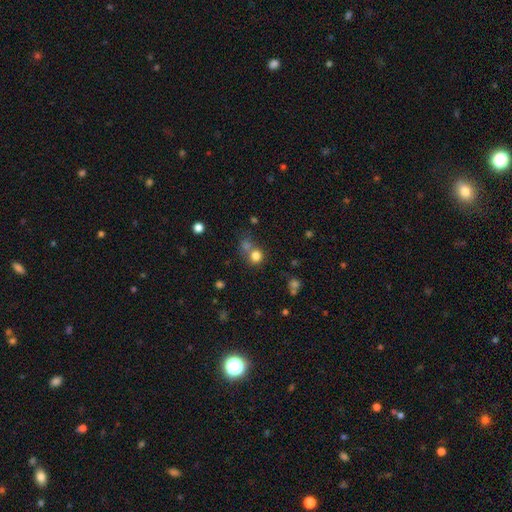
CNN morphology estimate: smooth 77%, star or artifact 15%, featured or disk 8%. Down the decision tree: how rounded — round (87%); merging — none (54%).